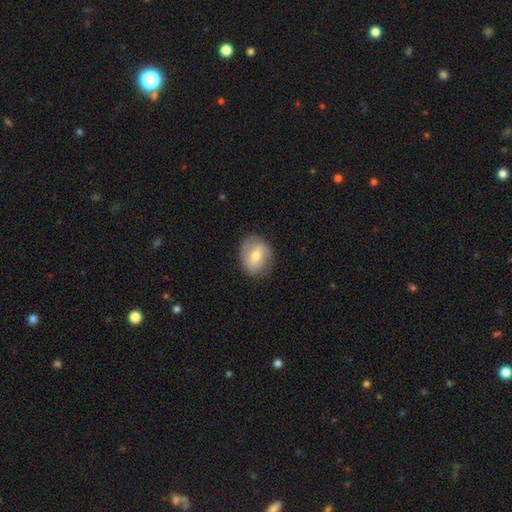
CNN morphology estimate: Smooth or featured? Predicted: smooth (p=0.58). How rounded? Predicted: in between (p=0.52). Merging? Predicted: none (p=0.79).